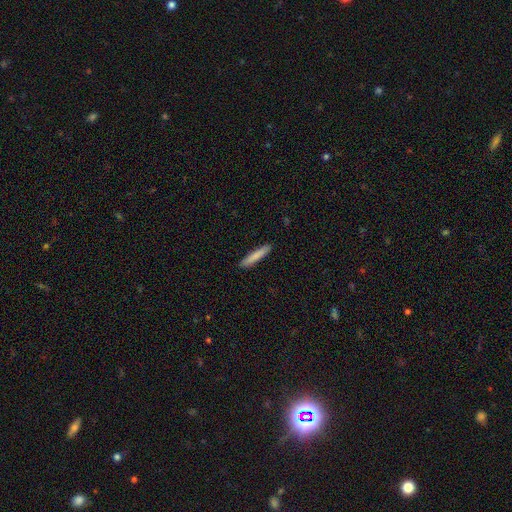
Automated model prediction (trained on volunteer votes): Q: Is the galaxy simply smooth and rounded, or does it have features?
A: smooth — 82%.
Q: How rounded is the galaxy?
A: cigar-shaped — 93%.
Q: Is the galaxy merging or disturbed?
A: none — 90%.